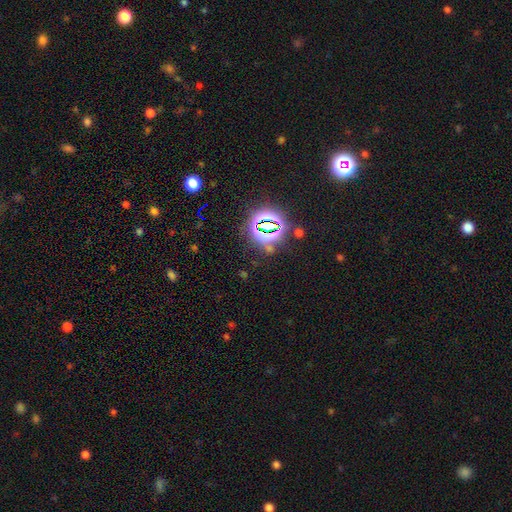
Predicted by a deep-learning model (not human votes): smooth_or_featured: star or artifact (p=0.81) [alt: smooth p=0.11]